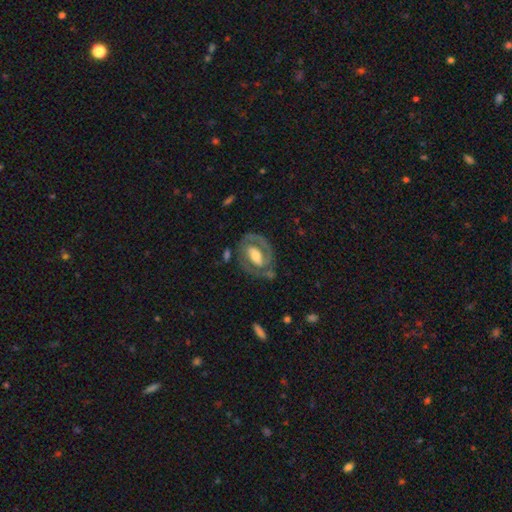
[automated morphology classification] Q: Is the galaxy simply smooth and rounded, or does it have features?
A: featured or disk — 79%.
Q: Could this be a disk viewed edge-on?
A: no — 96%.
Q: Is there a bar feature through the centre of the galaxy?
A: strong — 37%.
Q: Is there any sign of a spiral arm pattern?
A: yes — 79%.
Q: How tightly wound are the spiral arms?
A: tight — 49%.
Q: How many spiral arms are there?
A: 2 — 77%.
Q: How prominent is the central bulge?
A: moderate — 57%.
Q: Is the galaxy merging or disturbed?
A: none — 68%.